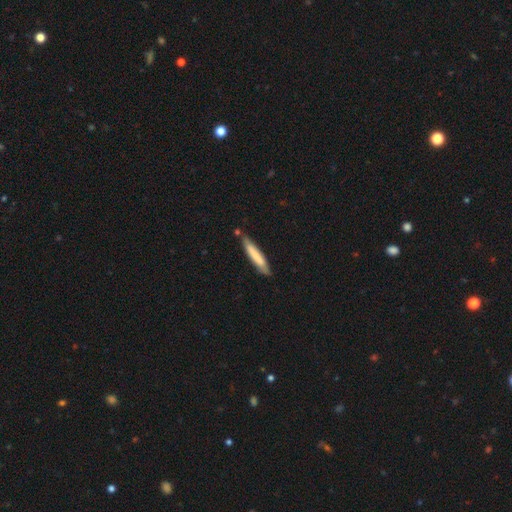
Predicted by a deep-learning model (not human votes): smooth_or_featured: smooth (p=0.71) [alt: featured or disk p=0.23]
how_rounded: cigar-shaped (p=0.90) [alt: in between p=0.09]
merging: none (p=0.73) [alt: minor disturbance p=0.19]